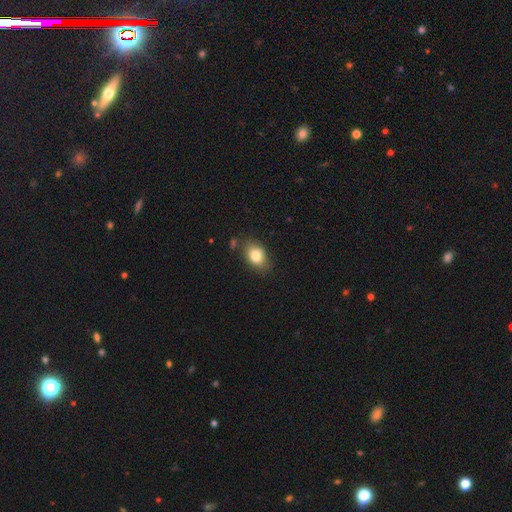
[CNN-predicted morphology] Q: Smooth or featured?
A: smooth (82%); runner-up: featured or disk (10%)
Q: How rounded?
A: in between (78%); runner-up: round (21%)
Q: Merging?
A: none (77%); runner-up: minor disturbance (16%)